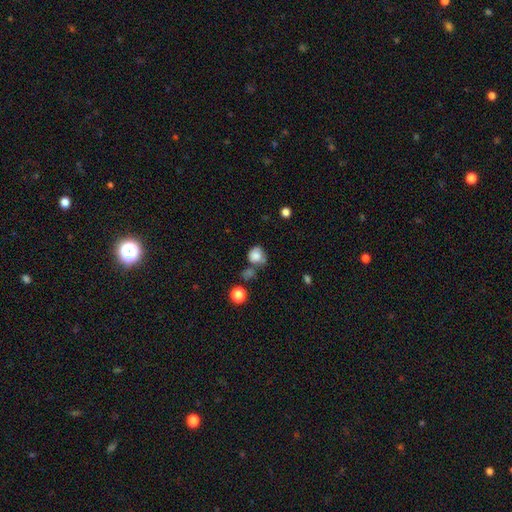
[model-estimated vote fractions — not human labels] smooth 81%, star or artifact 10%, featured or disk 9%. Down the decision tree: how rounded — round (76%); merging — none (46%).